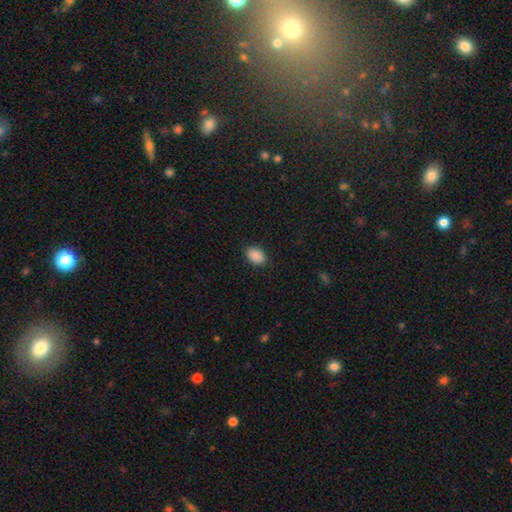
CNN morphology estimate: A smooth galaxy with no disk features (90%) that is in between round and cigar-shaped (84%).

Vote fractions:
- Smooth or featured? smooth: 90% / star or artifact: 8% / featured or disk: 2%
- How rounded? in between: 84% / round: 15% / cigar-shaped: 1%
- Merging? none: 88% / minor disturbance: 9% / major disturbance: 2% / merger: 1%